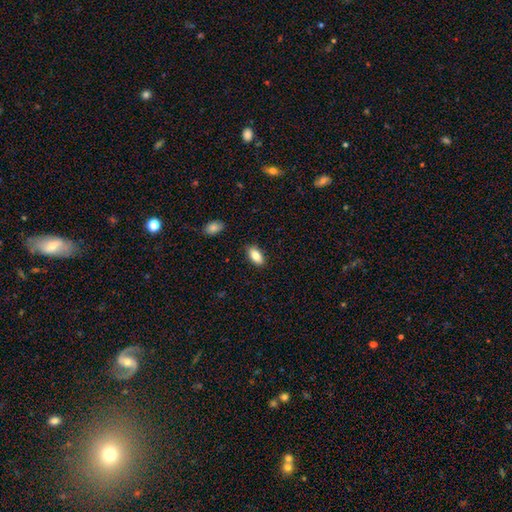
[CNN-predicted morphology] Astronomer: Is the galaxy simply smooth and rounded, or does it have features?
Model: smooth — 83%.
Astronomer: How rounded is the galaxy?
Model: in between — 91%.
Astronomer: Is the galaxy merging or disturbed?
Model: none — 87%.